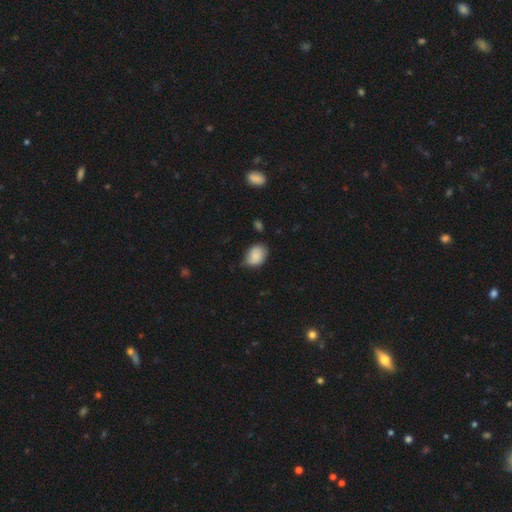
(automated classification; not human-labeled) Smooth or featured?
  - smooth: 85% *
  - star or artifact: 8%
  - featured or disk: 7%
How rounded?
  - in between: 69% *
  - round: 30%
  - cigar-shaped: 1%
Merging?
  - none: 56% *
  - minor disturbance: 35%
  - major disturbance: 6%
  - merger: 3%